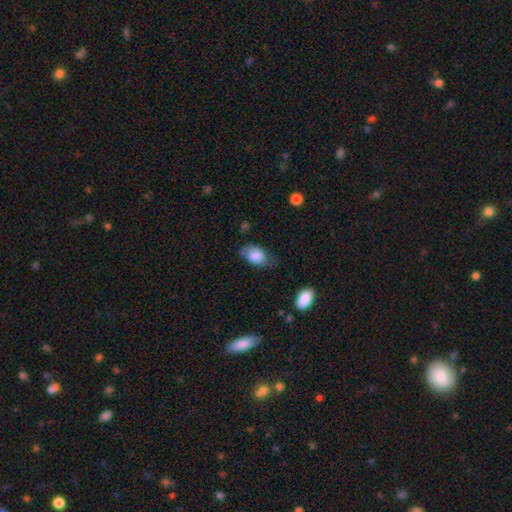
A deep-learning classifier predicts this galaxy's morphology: This appears to be a smooth galaxy with no disk features (78%) that is in between round and cigar-shaped (85%). Merging: none (53%).